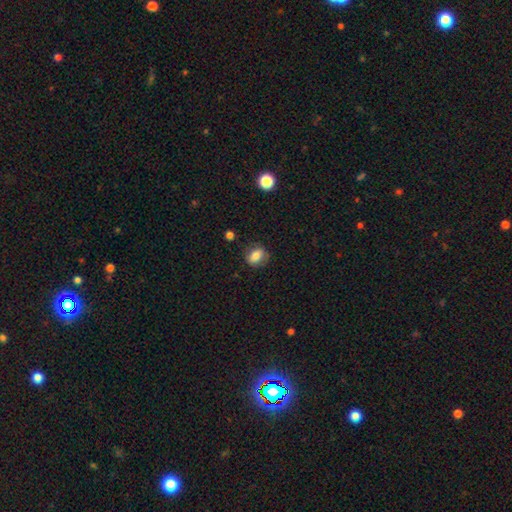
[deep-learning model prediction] Smooth or featured? smooth (75%)
How rounded? in between (62%)
Merging? none (78%)